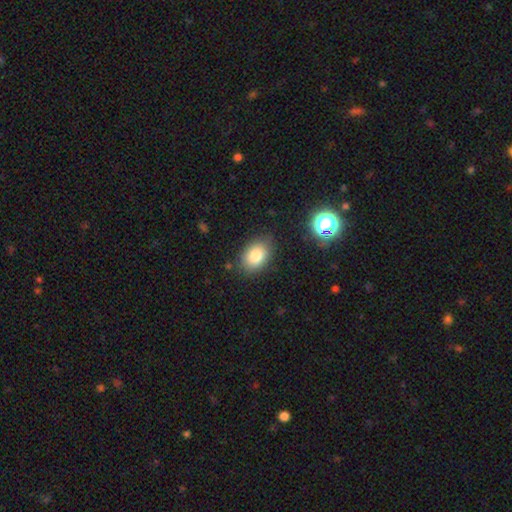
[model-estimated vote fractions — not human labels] This appears to be a smooth galaxy with no disk features (83%) that is in between round and cigar-shaped (79%). Merging: none (82%).